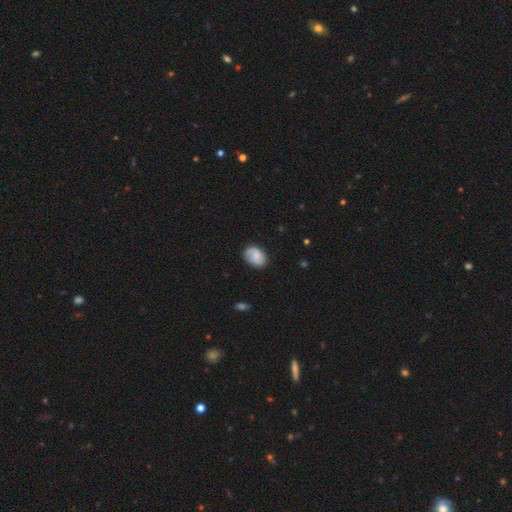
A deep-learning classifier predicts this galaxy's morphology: Q: Smooth or featured?
A: smooth (65%); runner-up: featured or disk (27%)
Q: How rounded?
A: in between (75%); runner-up: round (24%)
Q: Merging?
A: none (71%); runner-up: minor disturbance (22%)